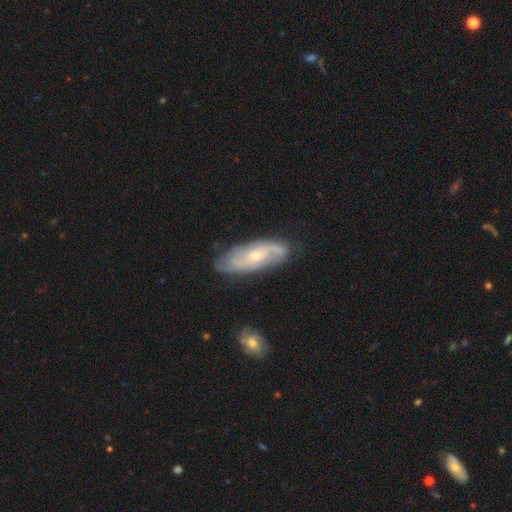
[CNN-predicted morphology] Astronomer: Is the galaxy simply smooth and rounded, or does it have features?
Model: featured or disk — 76%.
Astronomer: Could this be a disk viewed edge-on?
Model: no — 88%.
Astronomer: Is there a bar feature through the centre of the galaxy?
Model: no — 61%.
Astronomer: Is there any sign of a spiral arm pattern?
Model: yes — 92%.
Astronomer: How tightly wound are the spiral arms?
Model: medium — 41% (runner-up: tight, 36%).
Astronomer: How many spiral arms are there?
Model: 2 — 50% (runner-up: can't tell, 29%).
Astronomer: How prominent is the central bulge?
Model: small — 59% (runner-up: moderate, 37%).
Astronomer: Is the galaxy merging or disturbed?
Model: none — 74%.